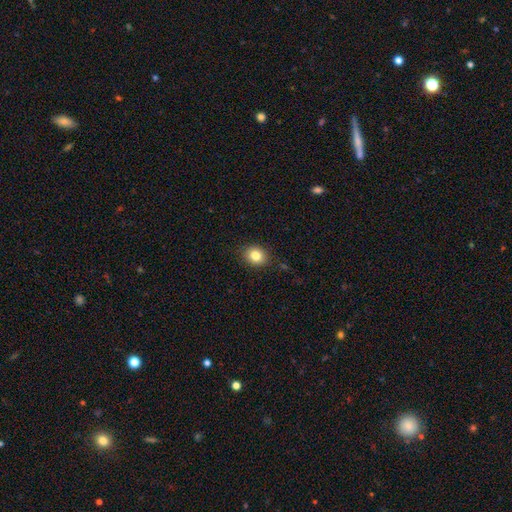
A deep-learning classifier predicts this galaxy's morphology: A smooth galaxy with no disk features (83%) that is round (60%). Merging: none (86%).